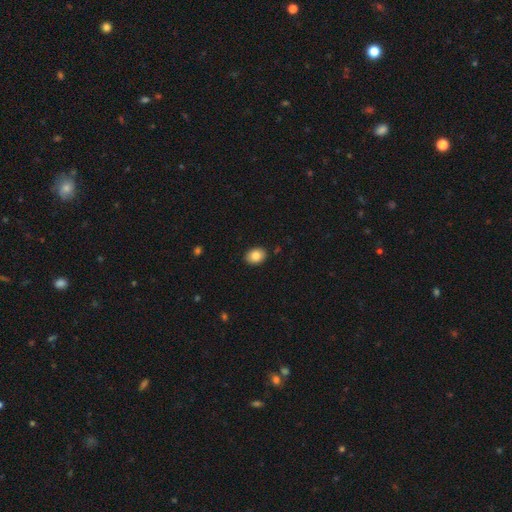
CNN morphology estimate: Smooth or featured? smooth (84%)
How rounded? in between (65%)
Merging? none (89%)